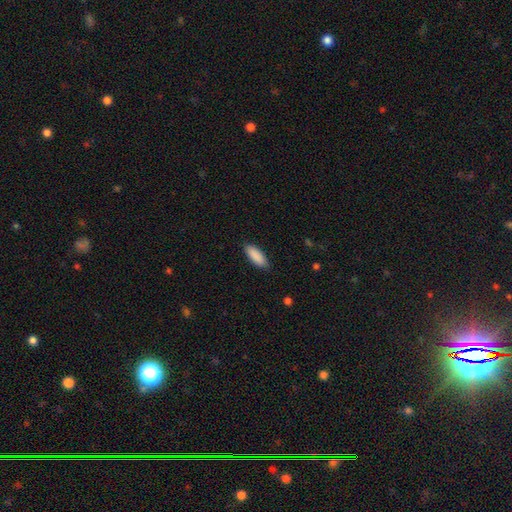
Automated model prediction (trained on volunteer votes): Smooth or featured?
  - smooth: 90% *
  - star or artifact: 6%
  - featured or disk: 4%
How rounded?
  - in between: 68% *
  - cigar-shaped: 30%
  - round: 2%
Merging?
  - none: 87% *
  - minor disturbance: 10%
  - major disturbance: 2%
  - merger: 1%